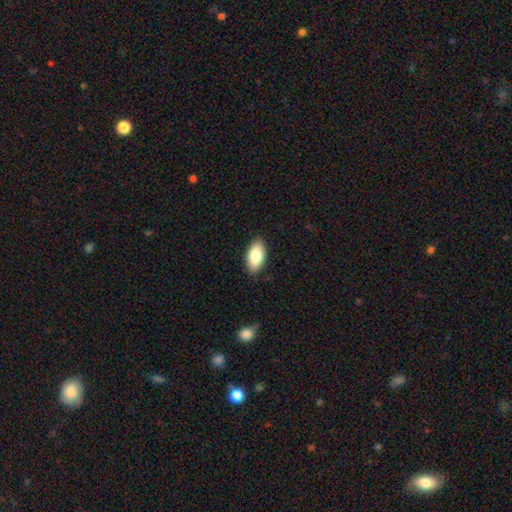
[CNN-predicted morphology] Smooth or featured? Predicted: smooth (p=0.82). How rounded? Predicted: in between (p=0.93). Merging? Predicted: none (p=0.87).